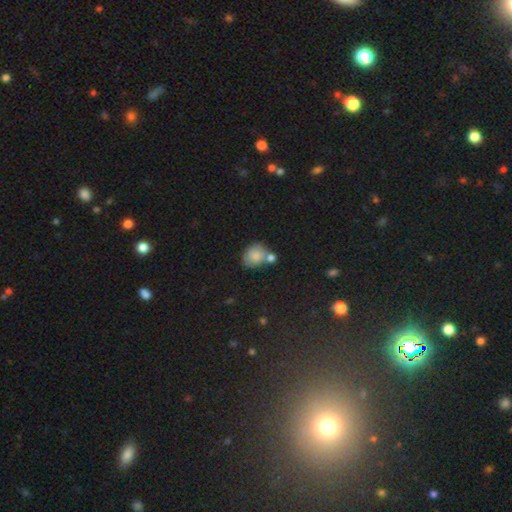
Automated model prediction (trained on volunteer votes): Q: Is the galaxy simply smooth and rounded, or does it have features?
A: smooth — 80%.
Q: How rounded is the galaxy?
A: round — 61%.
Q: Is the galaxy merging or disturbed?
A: none — 46%.